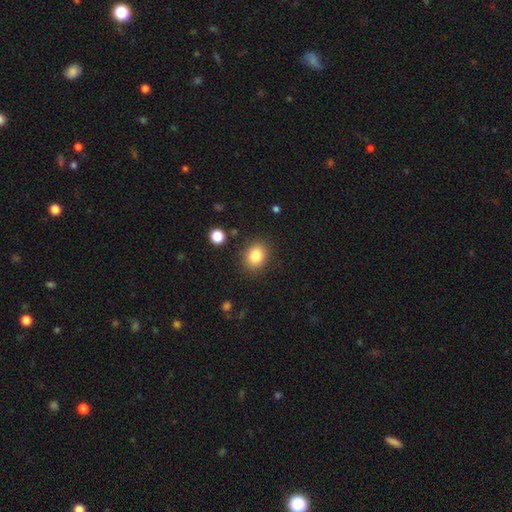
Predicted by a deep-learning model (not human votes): Smooth or featured?
  - smooth: 83% *
  - star or artifact: 10%
  - featured or disk: 7%
How rounded?
  - round: 56% *
  - in between: 44%
  - cigar-shaped: 1%
Merging?
  - none: 86% *
  - minor disturbance: 9%
  - major disturbance: 3%
  - merger: 2%